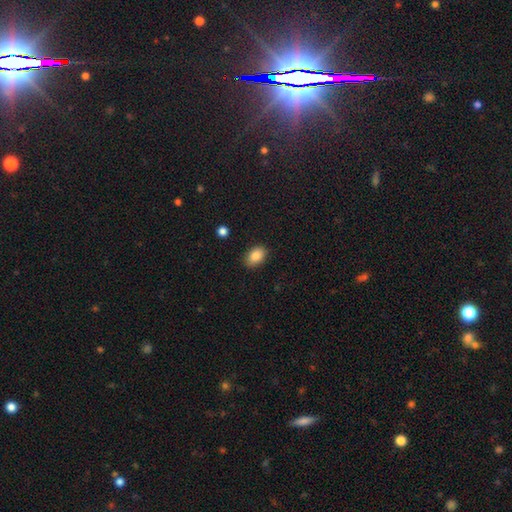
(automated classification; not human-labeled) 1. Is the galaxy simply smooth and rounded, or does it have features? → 87% smooth, 8% star or artifact, 5% featured or disk.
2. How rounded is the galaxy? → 86% in between, 13% round, 1% cigar-shaped.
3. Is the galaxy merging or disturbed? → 86% none, 10% minor disturbance, 2% major disturbance, 1% merger.